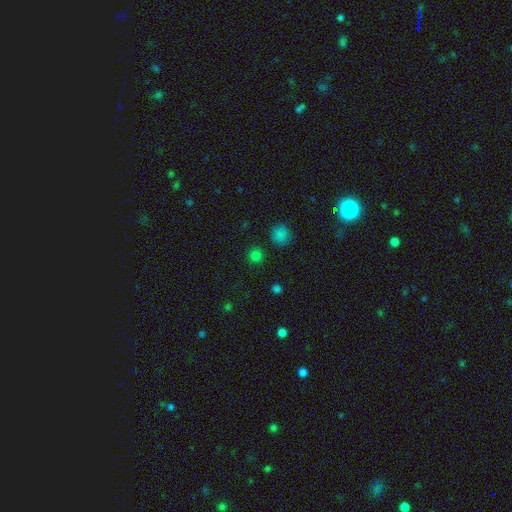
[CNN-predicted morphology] The model was most divided on "smooth or featured": smooth: 78%, star or artifact: 18%, featured or disk: 4%. More confident: how rounded — round (92%); merging — none (88%).